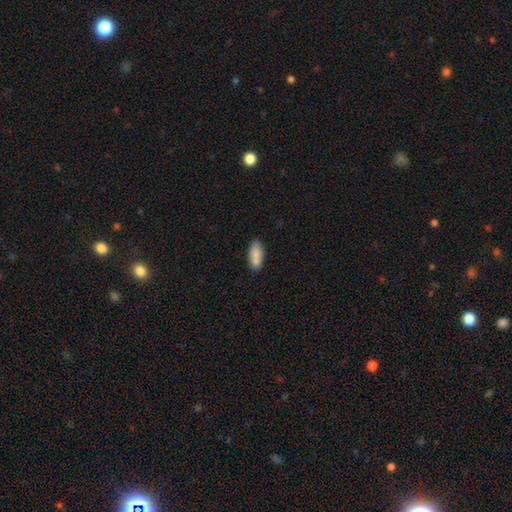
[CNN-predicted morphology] smooth_or_featured: smooth (p=0.83) [alt: featured or disk p=0.10]
how_rounded: in between (p=0.81) [alt: cigar-shaped p=0.16]
merging: none (p=0.70) [alt: minor disturbance p=0.15]